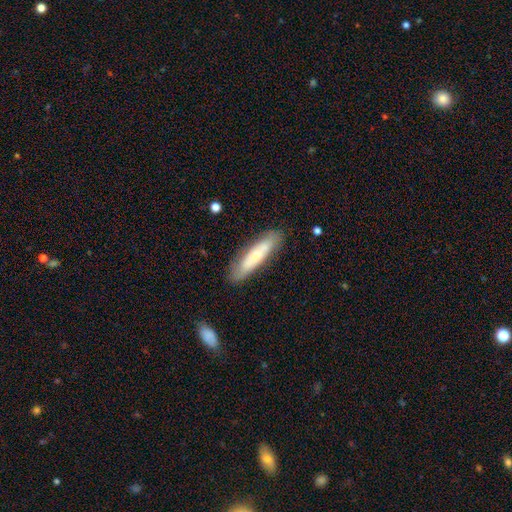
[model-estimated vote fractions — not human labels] A smooth galaxy with no disk features (58%) that is cigar-shaped (73%).

Vote fractions:
- Smooth or featured? smooth: 58% / featured or disk: 36% / star or artifact: 6%
- How rounded? cigar-shaped: 73% / in between: 25% / round: 2%
- Merging? none: 83% / minor disturbance: 12% / major disturbance: 3% / merger: 2%